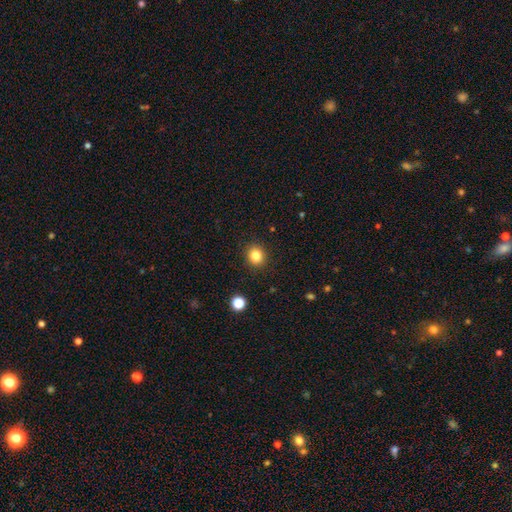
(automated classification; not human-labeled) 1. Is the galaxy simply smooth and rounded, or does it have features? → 83% smooth, 12% star or artifact, 5% featured or disk.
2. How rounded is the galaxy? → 84% round, 16% in between, 1% cigar-shaped.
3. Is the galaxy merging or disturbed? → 91% none, 6% minor disturbance, 2% major disturbance, 1% merger.